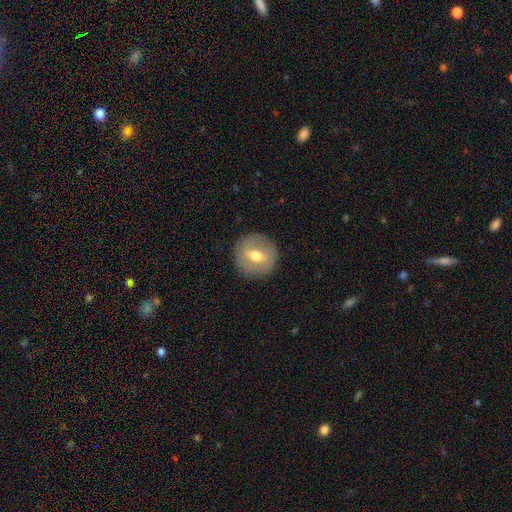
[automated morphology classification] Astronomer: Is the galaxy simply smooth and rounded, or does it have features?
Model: smooth — 50% (runner-up: featured or disk, 42%).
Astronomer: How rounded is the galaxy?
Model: round — 92%.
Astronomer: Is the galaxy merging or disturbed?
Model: none — 89%.